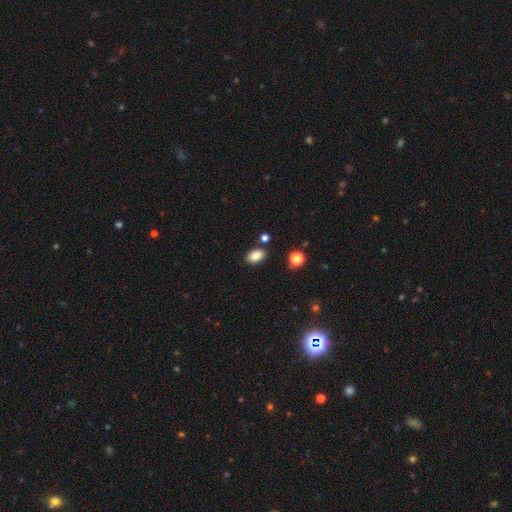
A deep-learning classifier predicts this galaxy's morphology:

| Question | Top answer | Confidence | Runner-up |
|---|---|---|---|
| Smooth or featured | smooth | 85% | star or artifact (9%) |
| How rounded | in between | 88% | round (11%) |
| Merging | none | 84% | minor disturbance (10%) |